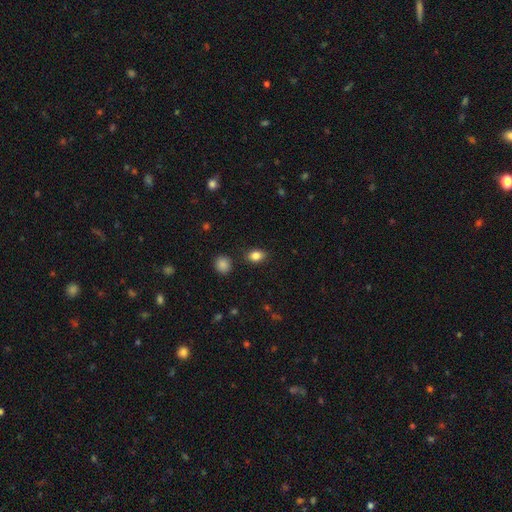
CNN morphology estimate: Smooth or featured? smooth (84%)
How rounded? in between (74%)
Merging? none (84%)